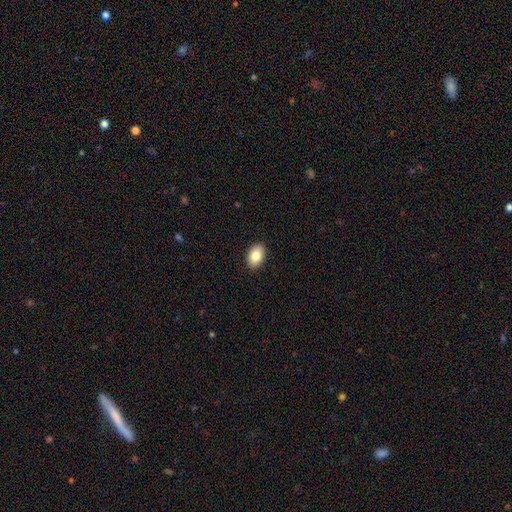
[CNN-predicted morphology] Smooth or featured: smooth — 83% (featured or disk — 9%)
How rounded: in between — 89% (round — 9%)
Merging: none — 90% (minor disturbance — 7%)